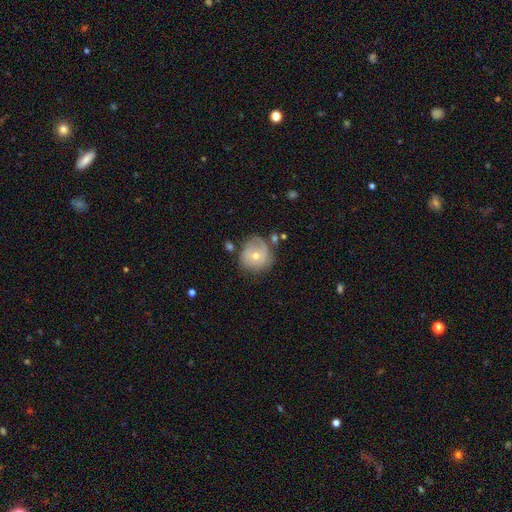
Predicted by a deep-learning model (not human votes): A featured or disk galaxy (54%) with no bar (79%), spiral arms (66%) and a moderate central bulge (56%).

Vote fractions:
- Smooth or featured? featured or disk: 54% / smooth: 37% / star or artifact: 9%
- Edge-on disk? no: 97% / yes: 3%
- Bar? no: 79% / weak: 17% / strong: 4%
- Spiral arms? yes: 66% / no: 34%
- Bulge size? moderate: 56% / small: 41% / large: 2% / none: 1% / dominant: 1%
- Merging? none: 65% / minor disturbance: 22% / major disturbance: 8% / merger: 5%